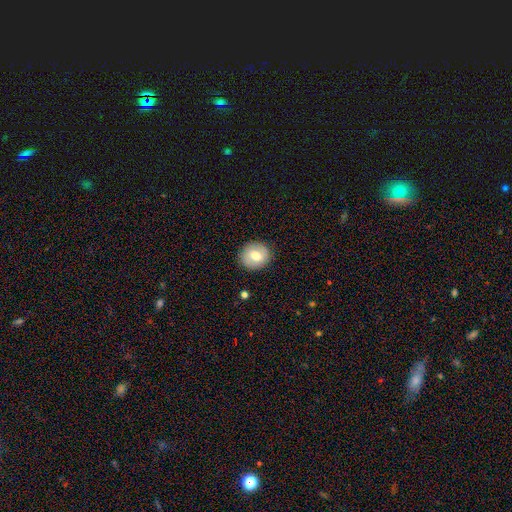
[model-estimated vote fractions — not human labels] Morphology: type=smooth (66%); roundness=round (81%); merging=none (88%).